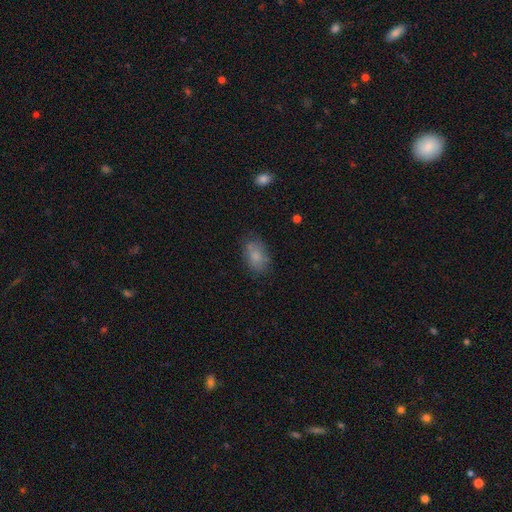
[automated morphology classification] Smooth or featured: smooth — 79% (featured or disk — 12%)
How rounded: in between — 87% (round — 11%)
Merging: none — 70% (minor disturbance — 19%)